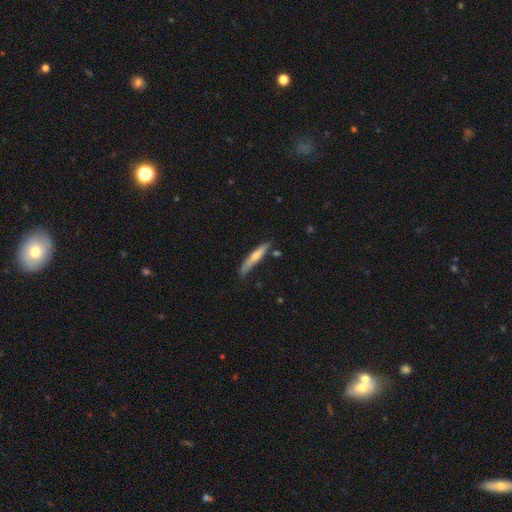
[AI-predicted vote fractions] Overall: smooth (56%; featured or disk 39%). How rounded: cigar-shaped (92%). Merging: none (76%).